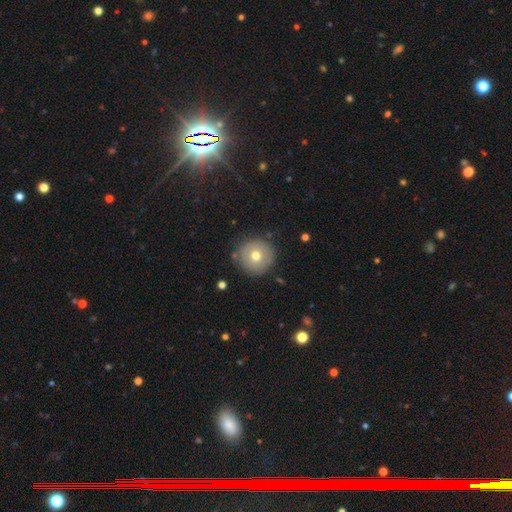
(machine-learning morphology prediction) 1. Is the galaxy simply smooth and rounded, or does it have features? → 67% smooth, 23% featured or disk, 10% star or artifact.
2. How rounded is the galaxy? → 95% round, 4% in between, 1% cigar-shaped.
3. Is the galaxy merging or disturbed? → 86% none, 9% minor disturbance, 3% major disturbance, 2% merger.